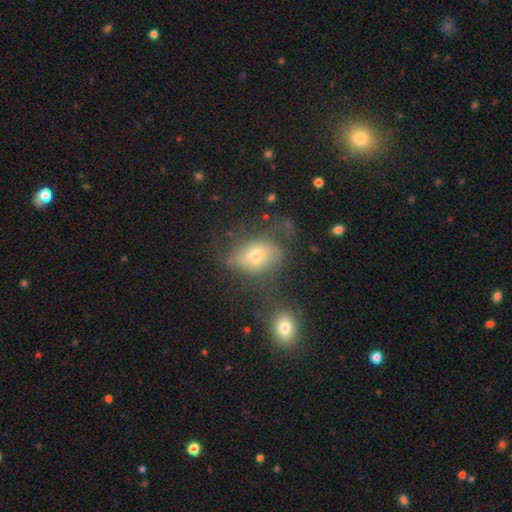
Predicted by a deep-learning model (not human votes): Morphology: type=smooth (54%); roundness=in between (75%); merging=none (43%).